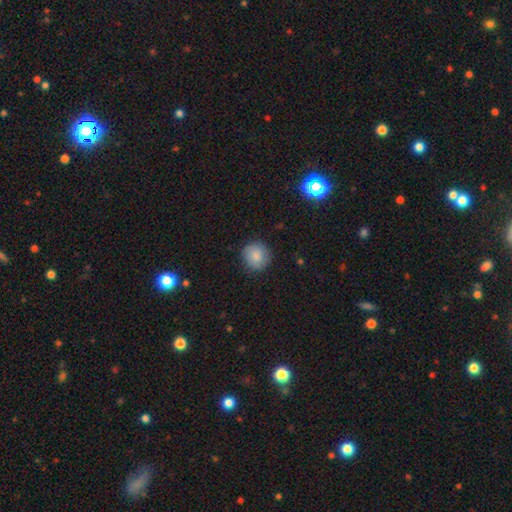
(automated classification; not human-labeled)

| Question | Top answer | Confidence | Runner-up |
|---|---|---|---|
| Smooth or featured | smooth | 85% | star or artifact (8%) |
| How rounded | round | 91% | in between (8%) |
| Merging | none | 87% | minor disturbance (10%) |